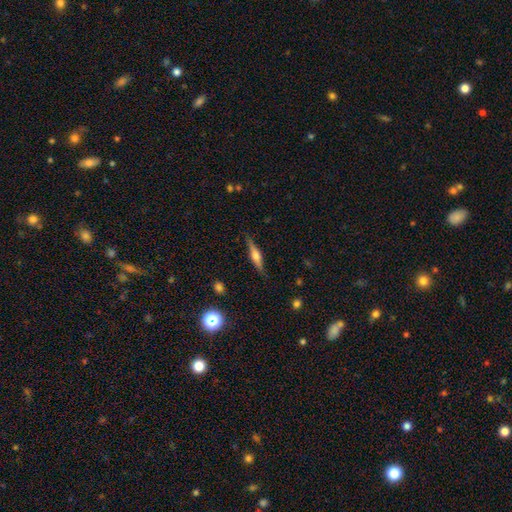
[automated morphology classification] A featured or disk galaxy (60%) viewed edge-on (96%) with a rounded central bulge (82%).

Vote fractions:
- Smooth or featured? featured or disk: 60% / smooth: 32% / star or artifact: 8%
- Edge-on disk? yes: 96% / no: 4%
- Edge-on bulge? rounded: 82% / boxy: 14% / none: 4%
- Merging? none: 85% / minor disturbance: 11% / major disturbance: 3% / merger: 1%